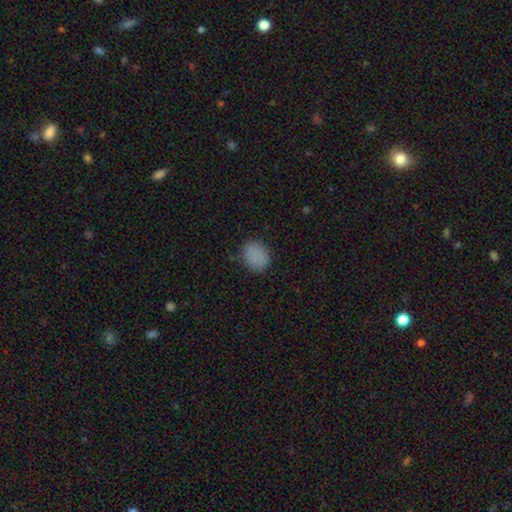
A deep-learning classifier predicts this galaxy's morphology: This appears to be a smooth galaxy with no disk features (85%) that is round (57%). Merging: none (83%).